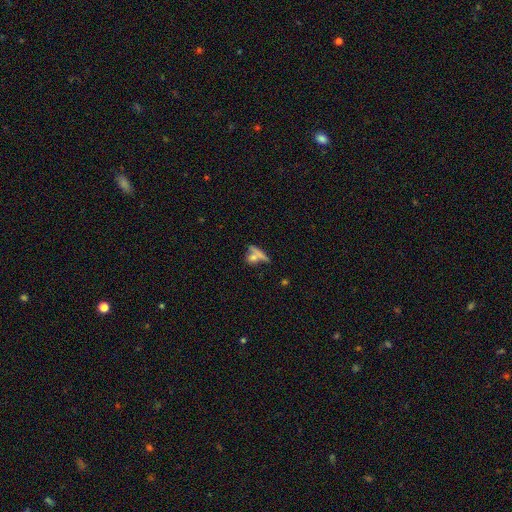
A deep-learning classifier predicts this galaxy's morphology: Smooth or featured? smooth (62%)
How rounded? cigar-shaped (37%)
Merging? none (46%)